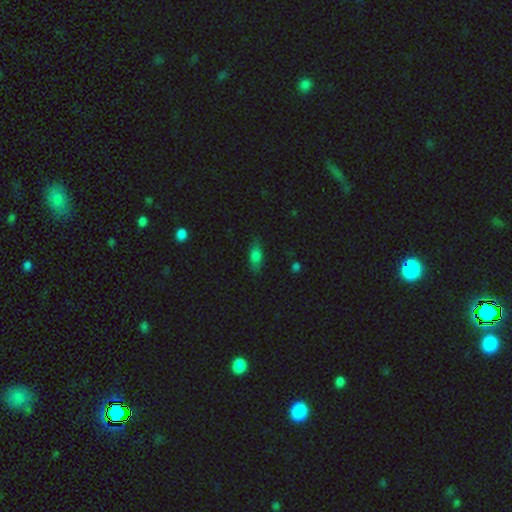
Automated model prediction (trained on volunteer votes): Overall: smooth (70%). How rounded: in between (74%). Merging: none (79%).